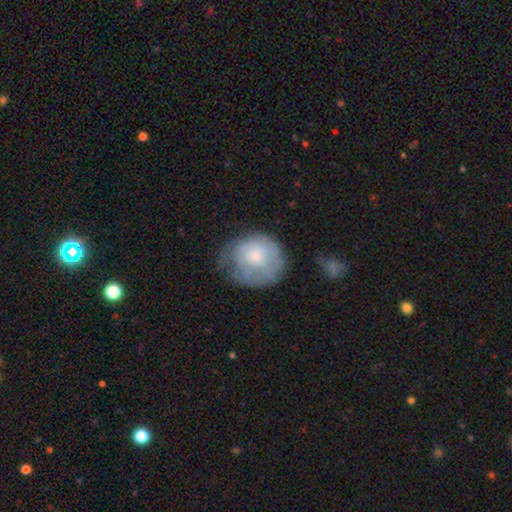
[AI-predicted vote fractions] smooth 56%, featured or disk 37%, star or artifact 7%. Down the decision tree: how rounded — round (78%); merging — none (49%).